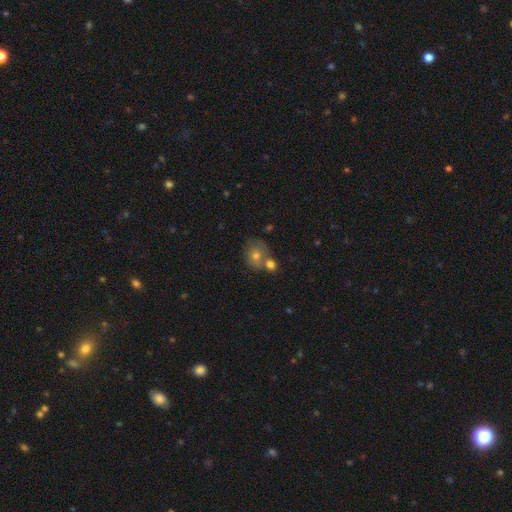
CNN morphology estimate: Smooth or featured: smooth — 68% (featured or disk — 21%)
How rounded: round — 66% (in between — 33%)
Merging: none — 42% (merger — 39%)